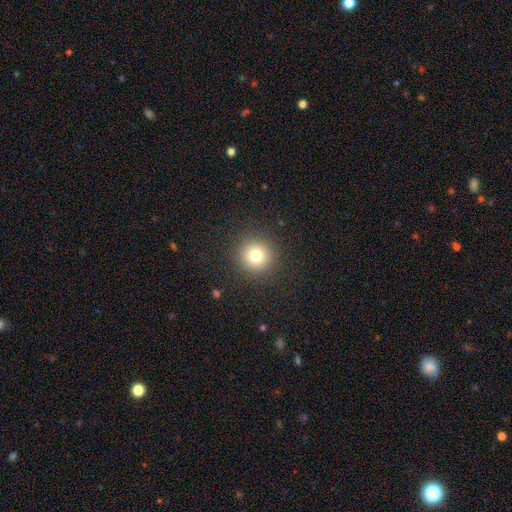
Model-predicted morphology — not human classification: A smooth galaxy with no disk features (78%) that is round (94%). Merging: none (91%).